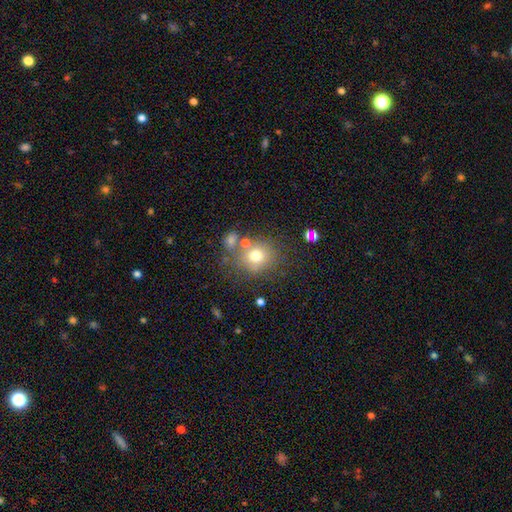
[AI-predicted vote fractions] A smooth galaxy with no disk features (72%) that is round (80%).

Vote fractions:
- Smooth or featured? smooth: 72% / featured or disk: 14% / star or artifact: 14%
- How rounded? round: 80% / in between: 19% / cigar-shaped: 1%
- Merging? none: 65% / merger: 15% / minor disturbance: 13% / major disturbance: 6%